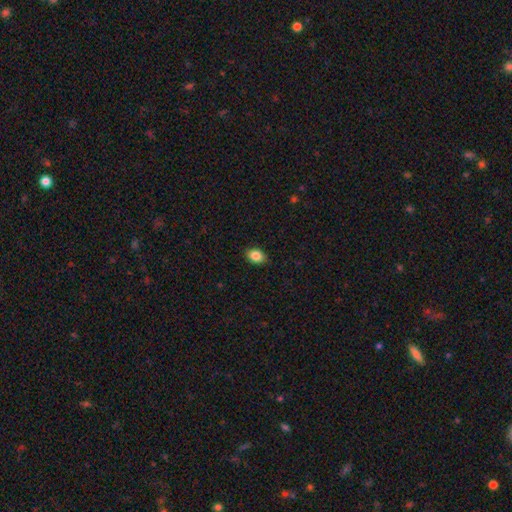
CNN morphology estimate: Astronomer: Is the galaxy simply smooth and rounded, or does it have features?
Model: smooth — 85%.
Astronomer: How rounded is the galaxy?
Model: in between — 77%.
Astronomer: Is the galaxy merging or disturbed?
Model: none — 88%.